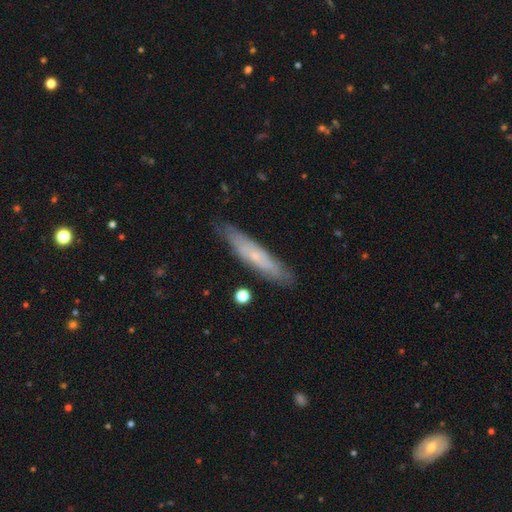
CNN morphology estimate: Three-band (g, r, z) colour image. It shows a smooth galaxy with no disk features (47%). Merging: none (81%).